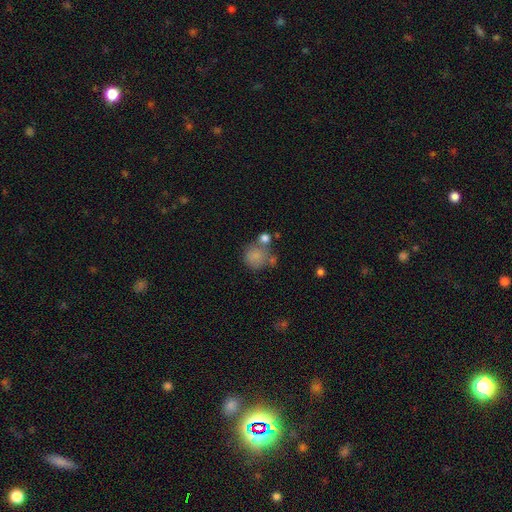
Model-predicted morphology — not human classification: The model was most divided on "merging": none: 49%, merger: 24%, minor disturbance: 17%, major disturbance: 10%. More confident: how rounded — round (84%); smooth or featured — smooth (78%).